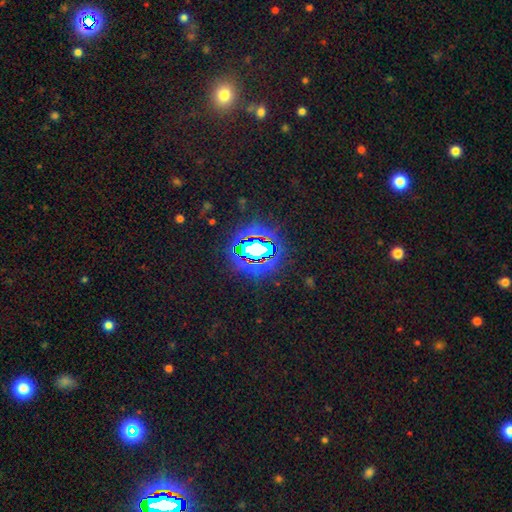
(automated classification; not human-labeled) smooth_or_featured: star or artifact (p=0.79) [alt: smooth p=0.12]